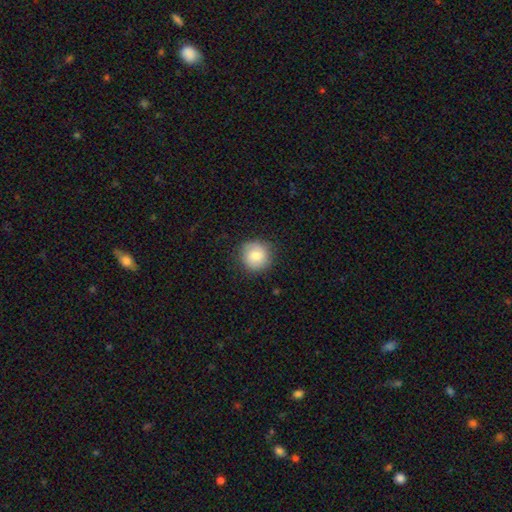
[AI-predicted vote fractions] Smooth or featured: smooth — 79% (featured or disk — 12%)
How rounded: round — 92% (in between — 7%)
Merging: none — 85% (minor disturbance — 12%)